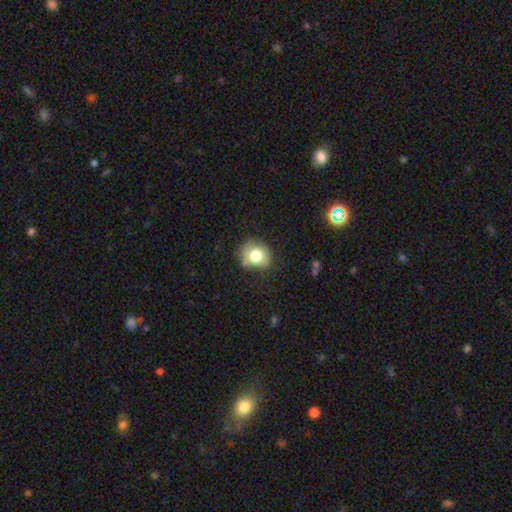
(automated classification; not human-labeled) smooth 77%, featured or disk 14%, star or artifact 10%. Down the decision tree: how rounded — round (78%); merging — none (73%).